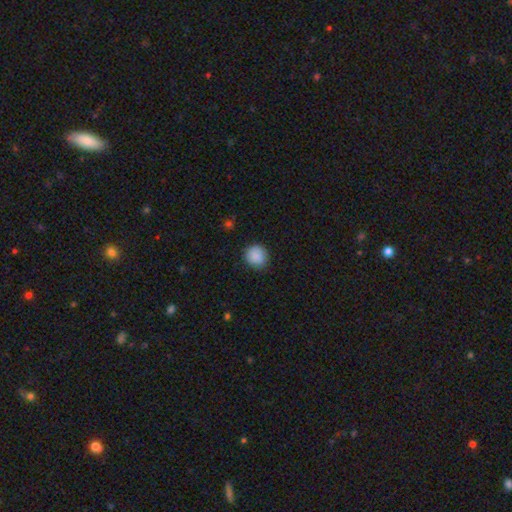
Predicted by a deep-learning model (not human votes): A smooth galaxy with no disk features (89%) that is round (88%).

Vote fractions:
- Smooth or featured? smooth: 89% / star or artifact: 8% / featured or disk: 3%
- How rounded? round: 88% / in between: 11% / cigar-shaped: 1%
- Merging? none: 87% / minor disturbance: 10% / major disturbance: 2% / merger: 1%